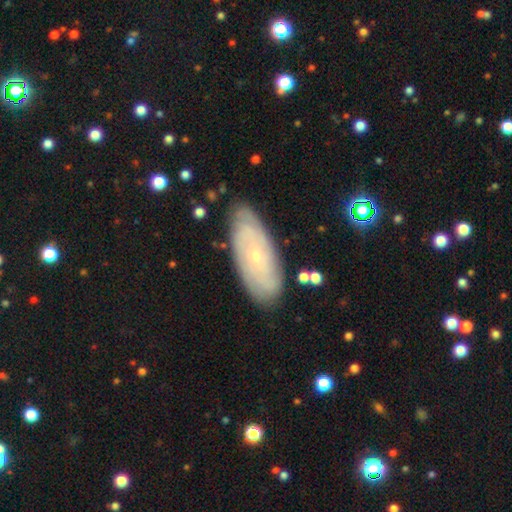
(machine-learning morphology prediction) Overall: featured or disk (68%). Edge-on disk: no (88%). Bar: no (83%). Spiral arms: yes (83%). Bulge size: small (85%). Merging: none (82%).